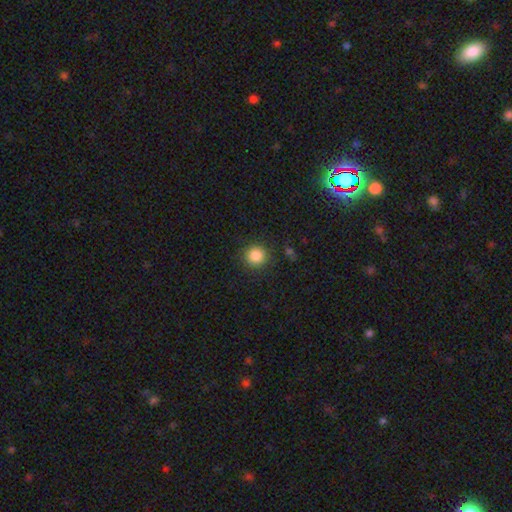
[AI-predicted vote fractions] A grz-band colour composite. It shows a smooth galaxy with no disk features (85%) that is round (94%). Merging: none (89%).